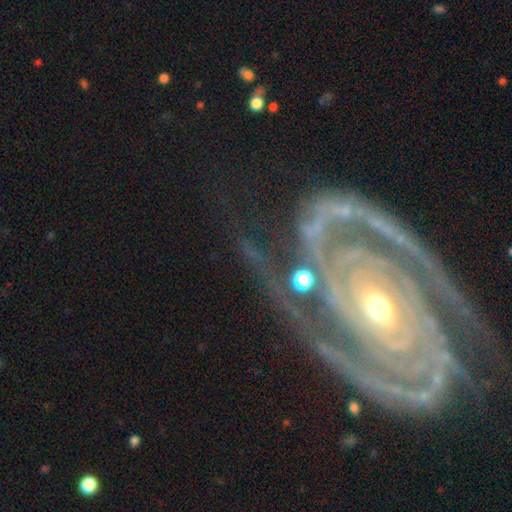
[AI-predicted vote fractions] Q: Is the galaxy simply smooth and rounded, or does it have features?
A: featured or disk — 84%.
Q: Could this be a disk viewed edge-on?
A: no — 96%.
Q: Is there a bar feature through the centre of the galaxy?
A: no — 51%.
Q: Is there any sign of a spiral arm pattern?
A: yes — 93%.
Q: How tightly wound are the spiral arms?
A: tight — 68%.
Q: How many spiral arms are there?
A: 2 — 38%.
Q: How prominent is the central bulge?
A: small — 50%.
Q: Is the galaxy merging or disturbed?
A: none — 59%.